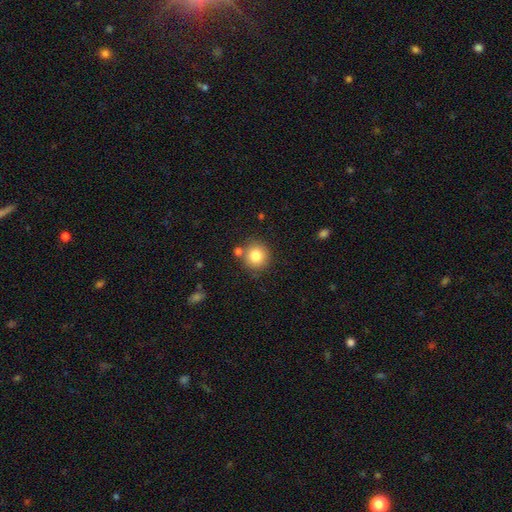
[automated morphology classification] This appears to be a smooth galaxy with no disk features (81%) that is round (91%). Merging: none (80%).